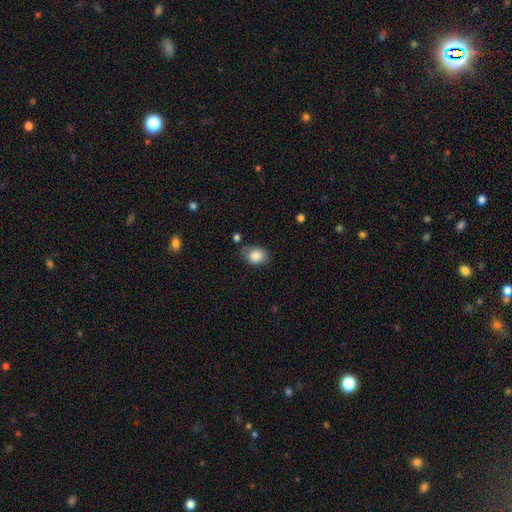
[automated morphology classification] Smooth or featured? Predicted: smooth (p=0.86). How rounded? Predicted: in between (p=0.61). Merging? Predicted: none (p=0.63).